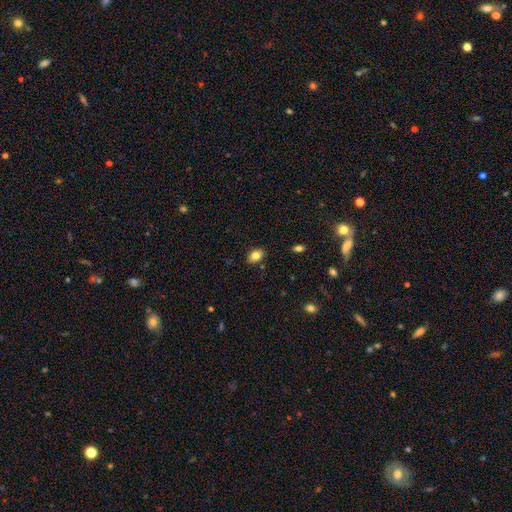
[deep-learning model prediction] smooth-or-featured: smooth: 81% | featured or disk: 9% | star or artifact: 9%
  how-rounded: in between: 71% | round: 27% | cigar-shaped: 1%
  merging: none: 86% | minor disturbance: 10% | major disturbance: 2% | merger: 2%